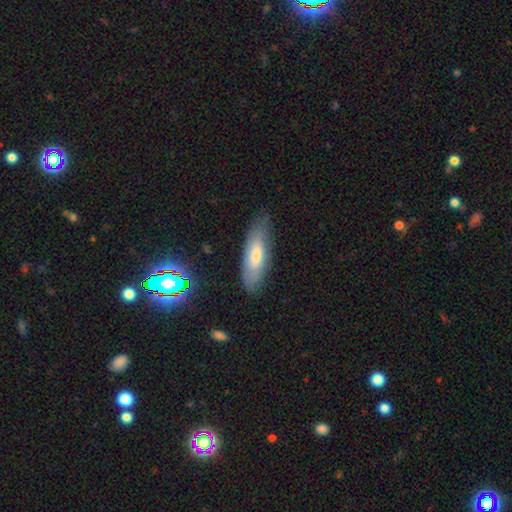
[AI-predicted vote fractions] smooth_or_featured: smooth (p=0.62) [alt: featured or disk p=0.29]
how_rounded: in between (p=0.53) [alt: cigar-shaped p=0.45]
merging: none (p=0.77) [alt: minor disturbance p=0.17]